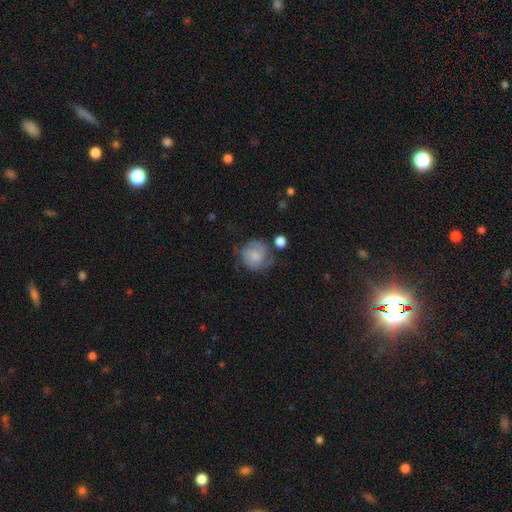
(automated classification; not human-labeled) smooth_or_featured: smooth (p=0.61) [alt: featured or disk p=0.31]
how_rounded: round (p=0.85) [alt: in between p=0.14]
merging: none (p=0.49) [alt: minor disturbance p=0.29]